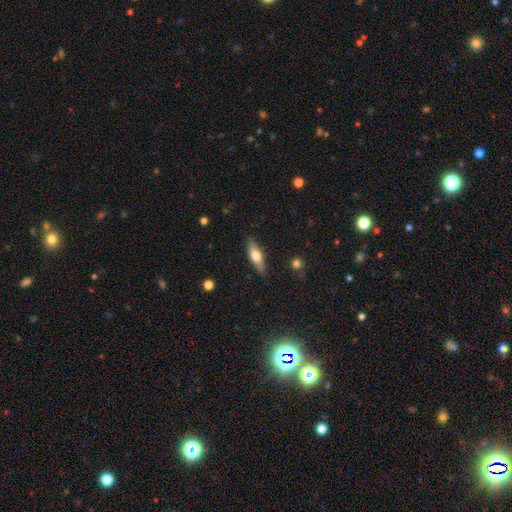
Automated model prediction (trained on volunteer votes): A smooth galaxy with no disk features (56%) that is cigar-shaped (53%).

Vote fractions:
- Smooth or featured? smooth: 56% / featured or disk: 37% / star or artifact: 6%
- How rounded? cigar-shaped: 53% / in between: 44% / round: 3%
- Merging? none: 86% / minor disturbance: 10% / major disturbance: 2% / merger: 1%